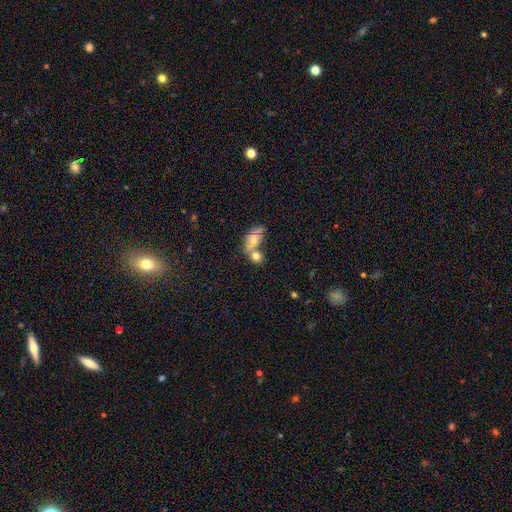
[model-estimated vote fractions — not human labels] Overall: smooth (72%). How rounded: in between (50%; round 48%). Merging: merger (60%; none 26%).